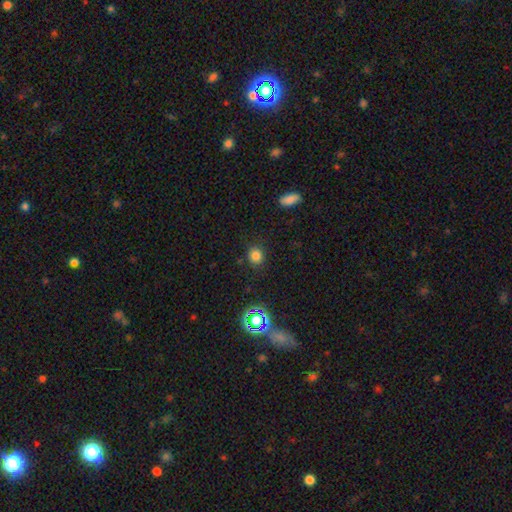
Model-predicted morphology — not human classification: Smooth or featured? Predicted: smooth (p=0.78). How rounded? Predicted: round (p=0.79). Merging? Predicted: none (p=0.86).